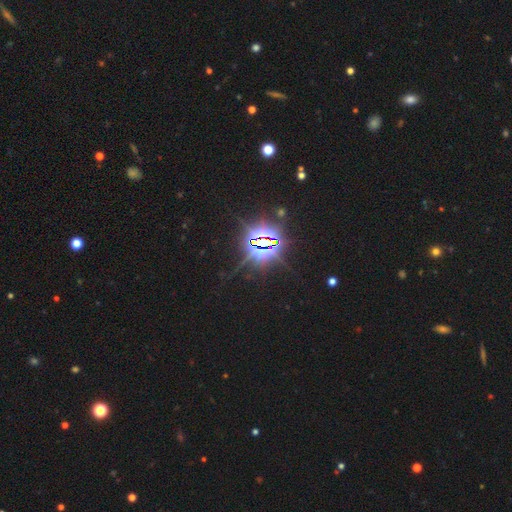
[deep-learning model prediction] Overall: star or artifact (86%).